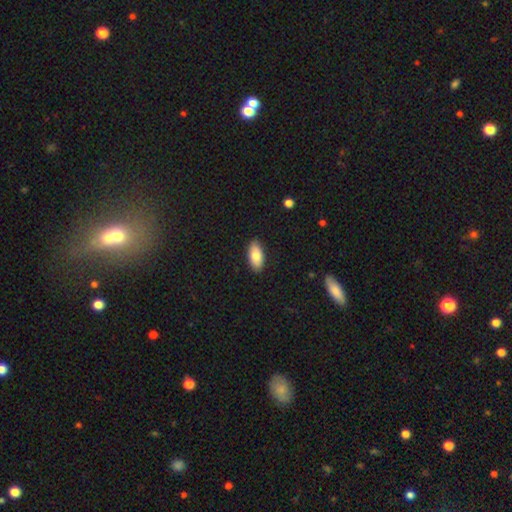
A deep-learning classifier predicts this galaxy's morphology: This is clearly a smooth galaxy (81%). How rounded: clearly in between (90%). Merging: clearly none (88%).